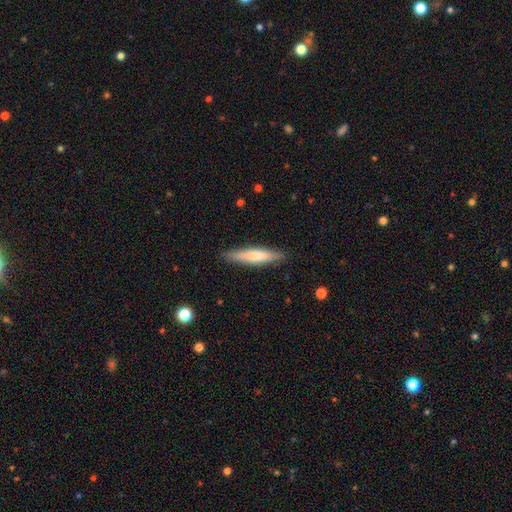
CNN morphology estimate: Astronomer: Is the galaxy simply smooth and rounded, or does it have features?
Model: smooth — 66%.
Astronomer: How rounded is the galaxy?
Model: cigar-shaped — 87%.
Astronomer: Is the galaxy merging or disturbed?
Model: none — 87%.